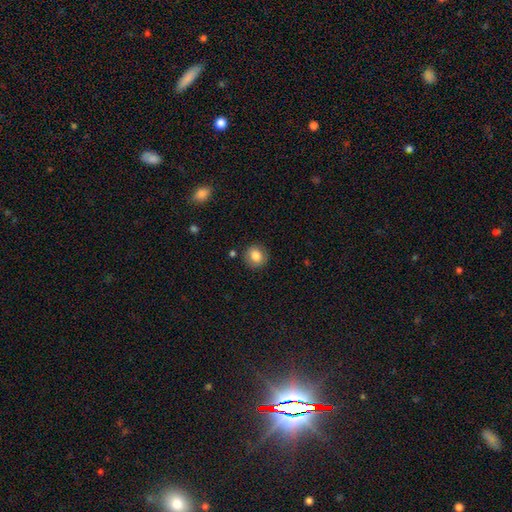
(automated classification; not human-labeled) Morphology: type=smooth (82%); roundness=round (87%); merging=none (86%).